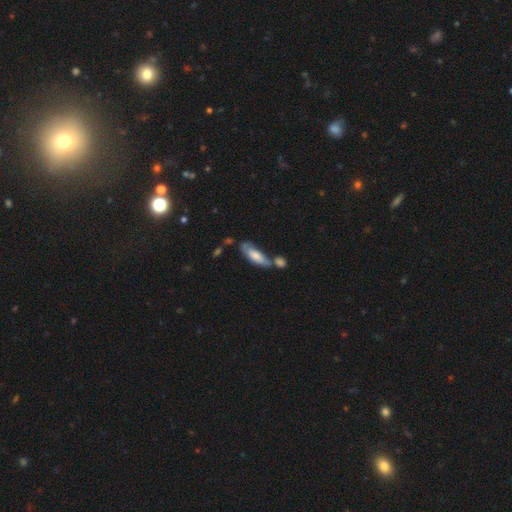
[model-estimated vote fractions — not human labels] Smooth or featured?
  - smooth: 58% *
  - featured or disk: 35%
  - star or artifact: 7%
How rounded?
  - in between: 62% *
  - cigar-shaped: 36%
  - round: 2%
Merging?
  - none: 37% *
  - merger: 35%
  - minor disturbance: 19%
  - major disturbance: 10%